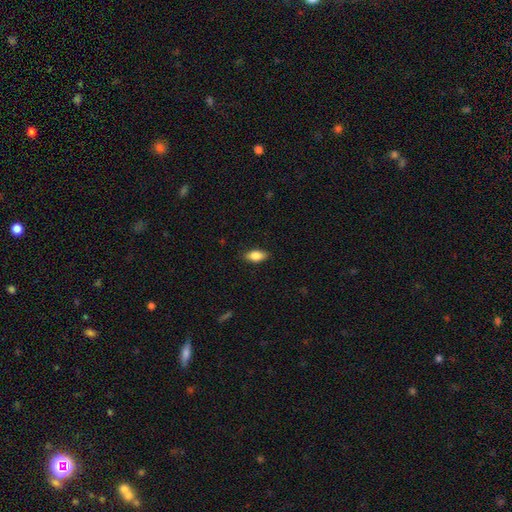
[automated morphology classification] smooth_or_featured: smooth (p=0.83) [alt: featured or disk p=0.10]
how_rounded: in between (p=0.89) [alt: cigar-shaped p=0.07]
merging: none (p=0.86) [alt: minor disturbance p=0.10]